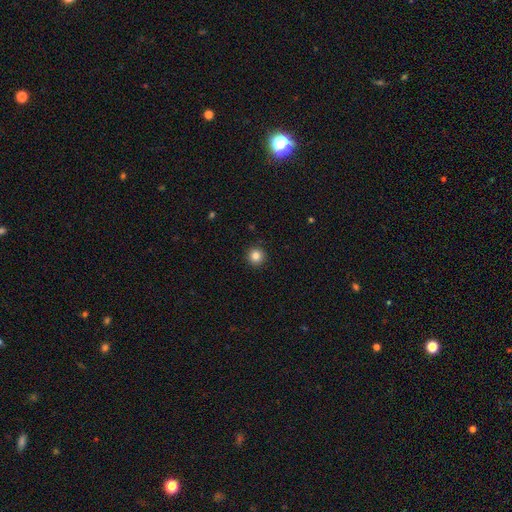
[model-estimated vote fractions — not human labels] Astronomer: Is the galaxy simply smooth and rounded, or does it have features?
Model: smooth — 84%.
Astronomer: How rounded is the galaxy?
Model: round — 96%.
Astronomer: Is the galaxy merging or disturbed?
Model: none — 93%.